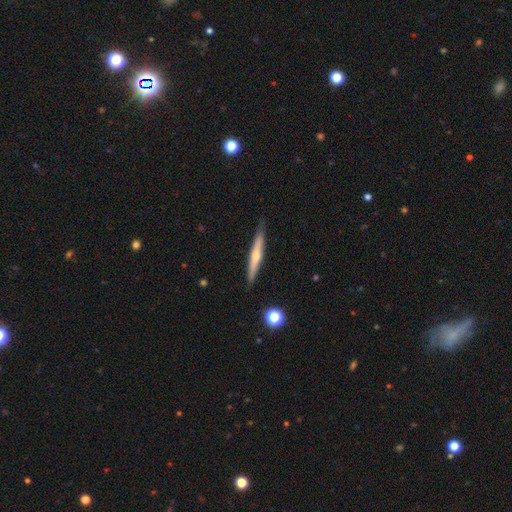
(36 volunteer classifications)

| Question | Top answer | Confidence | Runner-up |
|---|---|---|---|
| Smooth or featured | featured or disk | 72% | smooth (25%) |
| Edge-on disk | yes | 96% | no (4%) |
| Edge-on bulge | rounded | 80% | none (16%) |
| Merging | none | 86% | minor disturbance (14%) |